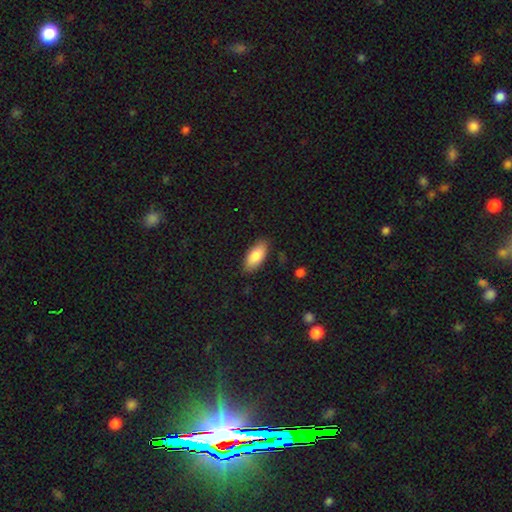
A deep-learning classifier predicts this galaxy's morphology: type=smooth (85%); roundness=in between (87%); merging=none (84%).